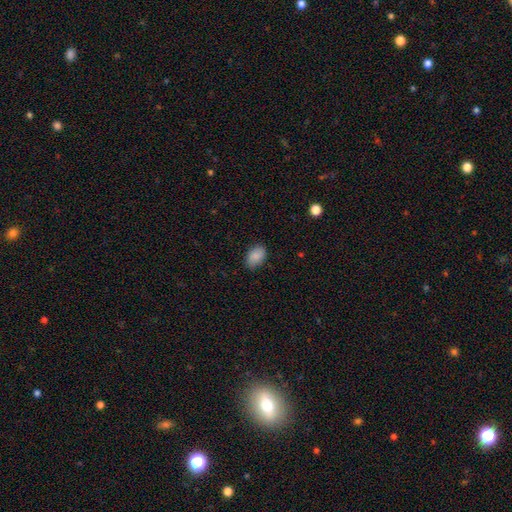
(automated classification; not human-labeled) Q: Smooth or featured?
A: smooth (88%); runner-up: star or artifact (7%)
Q: How rounded?
A: in between (89%); runner-up: round (10%)
Q: Merging?
A: none (82%); runner-up: minor disturbance (14%)